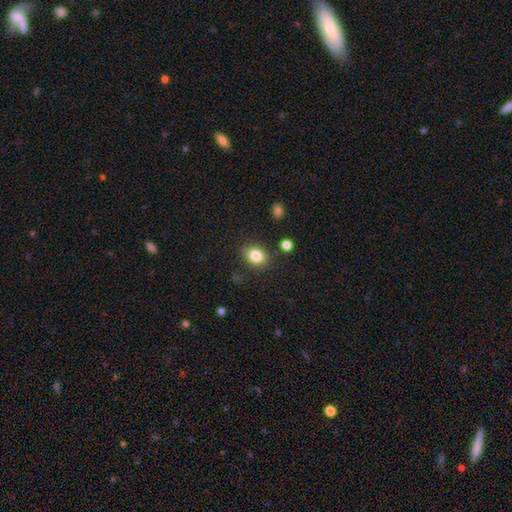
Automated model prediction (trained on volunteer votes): The model was most divided on "how rounded": round: 52%, in between: 47%, cigar-shaped: 1%. More confident: smooth or featured — smooth (82%); merging — none (80%).